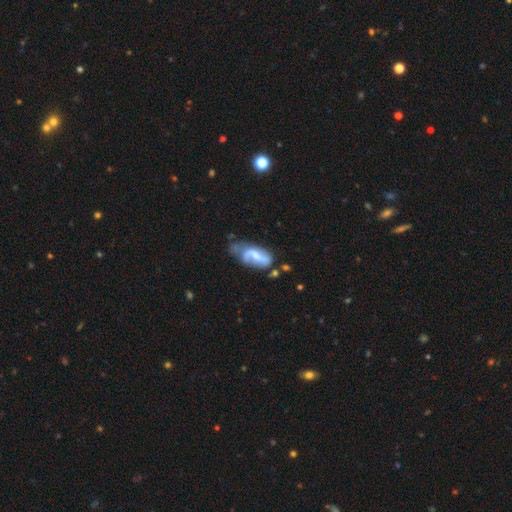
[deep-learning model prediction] Overall: featured or disk (62%; smooth 31%). Edge-on disk: no (95%). Bar: weak (45%; no 31%). Spiral arms: yes (82%). Bulge size: small (37%; moderate 32%). Merging: none (34%; minor disturbance 32%).